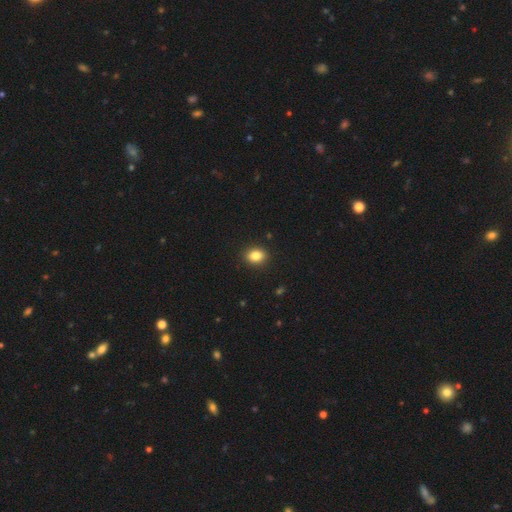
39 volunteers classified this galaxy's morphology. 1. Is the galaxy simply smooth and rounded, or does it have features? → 95% smooth, 5% featured or disk, 0% star or artifact.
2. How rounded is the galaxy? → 70% in between, 30% round, 0% cigar-shaped.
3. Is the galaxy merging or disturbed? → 97% none, 3% minor disturbance, 0% major disturbance, 0% merger.